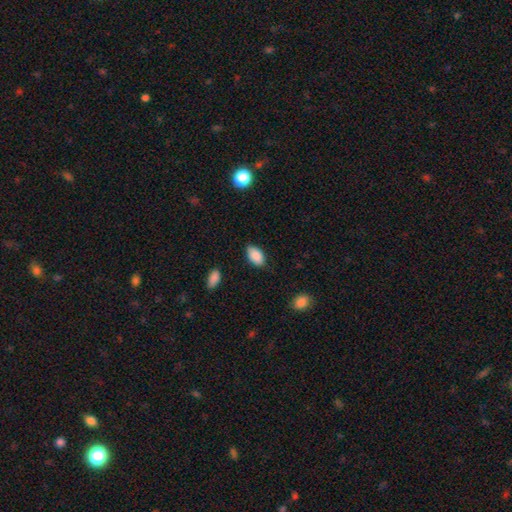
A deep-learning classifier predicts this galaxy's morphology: Smooth or featured? smooth (89%)
How rounded? in between (94%)
Merging? none (80%)